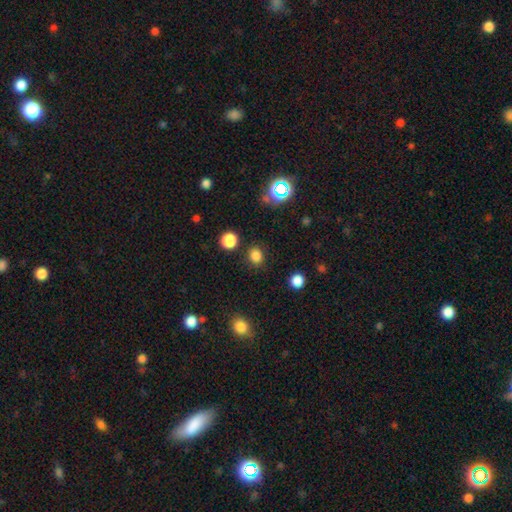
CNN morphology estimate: Q: Smooth or featured?
A: smooth (79%); runner-up: star or artifact (16%)
Q: How rounded?
A: round (75%); runner-up: in between (24%)
Q: Merging?
A: none (85%); runner-up: minor disturbance (8%)